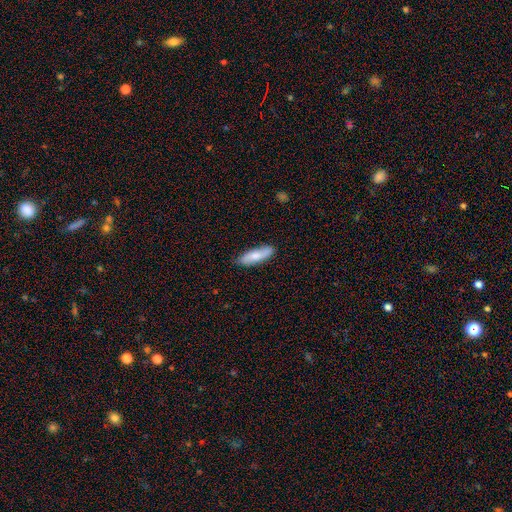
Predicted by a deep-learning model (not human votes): smooth 70%, featured or disk 25%, star or artifact 5%. Down the decision tree: how rounded — cigar-shaped (53%); merging — none (83%).